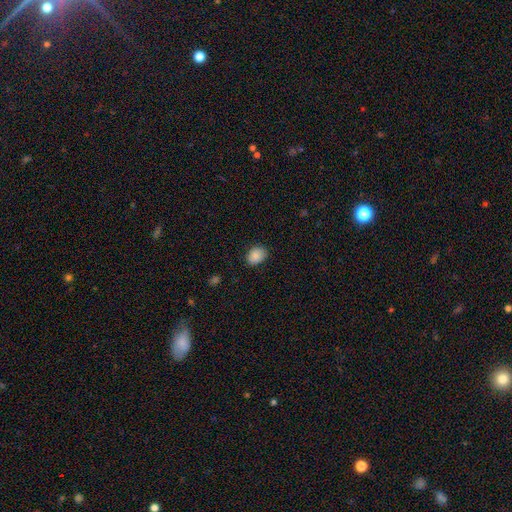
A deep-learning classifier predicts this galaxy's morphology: Smooth or featured: smooth — 87% (star or artifact — 8%)
How rounded: in between — 64% (round — 35%)
Merging: none — 82% (minor disturbance — 14%)